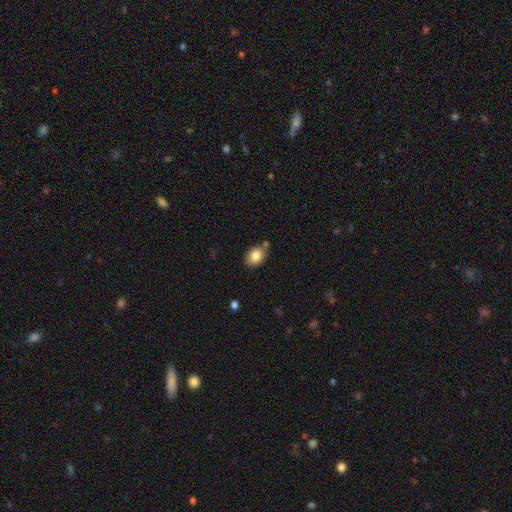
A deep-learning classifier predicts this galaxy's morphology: Q: Smooth or featured?
A: smooth (82%); runner-up: featured or disk (10%)
Q: How rounded?
A: in between (72%); runner-up: round (27%)
Q: Merging?
A: none (73%); runner-up: minor disturbance (16%)